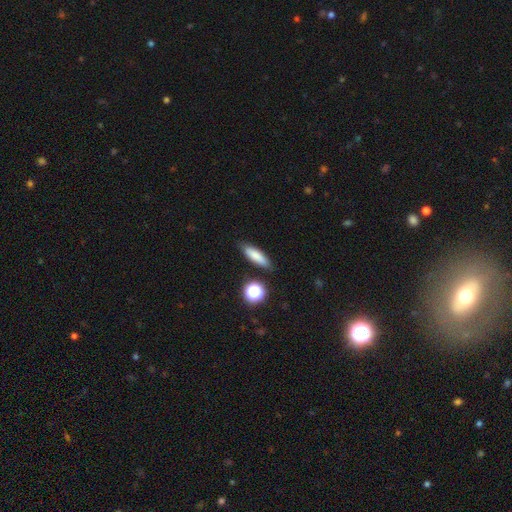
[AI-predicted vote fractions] A smooth galaxy with no disk features (79%) that is cigar-shaped (56%).

Vote fractions:
- Smooth or featured? smooth: 79% / featured or disk: 11% / star or artifact: 9%
- How rounded? cigar-shaped: 56% / in between: 40% / round: 4%
- Merging? none: 83% / minor disturbance: 11% / merger: 3% / major disturbance: 3%